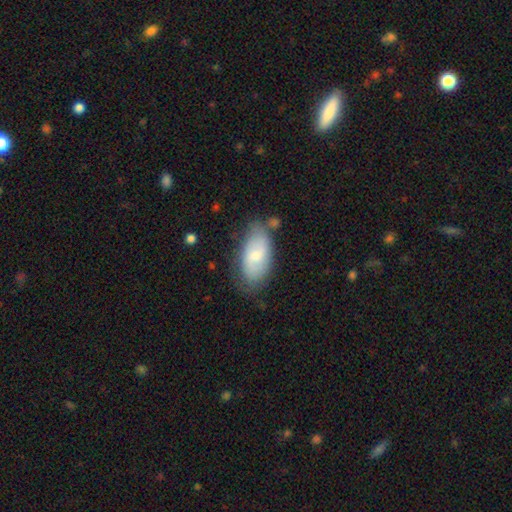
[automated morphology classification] smooth 61%, featured or disk 32%, star or artifact 7%. Down the decision tree: how rounded — in between (93%); merging — none (67%).